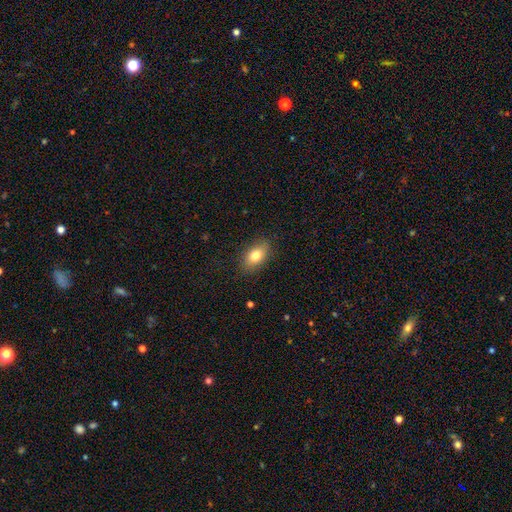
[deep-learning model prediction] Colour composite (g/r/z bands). It shows a smooth galaxy with no disk features (78%) that is in between round and cigar-shaped (86%). Merging: none (85%).